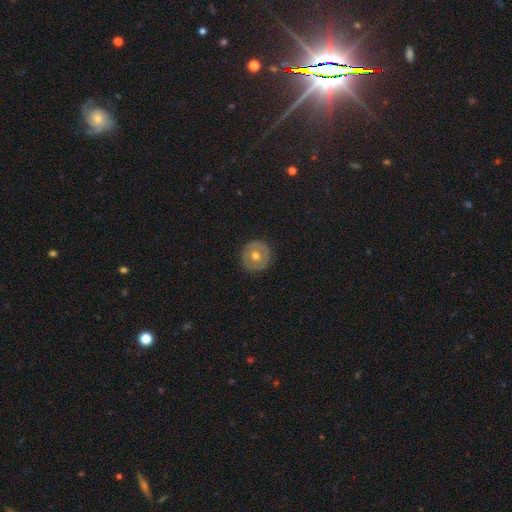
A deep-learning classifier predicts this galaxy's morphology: This appears to be a smooth galaxy with no disk features (49%). Merging: none (89%).